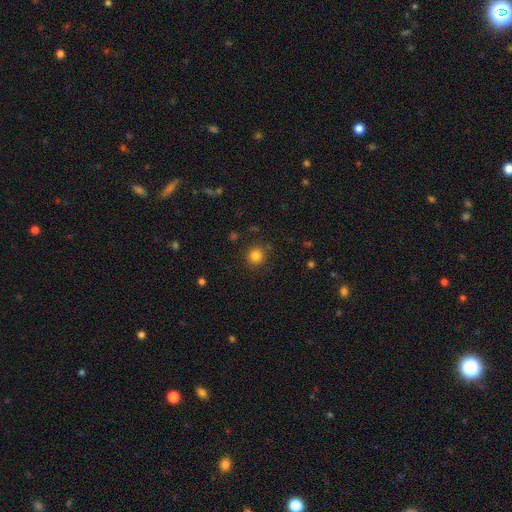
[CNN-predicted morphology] A smooth galaxy with no disk features (83%) that is round (92%).

Vote fractions:
- Smooth or featured? smooth: 83% / star or artifact: 12% / featured or disk: 5%
- How rounded? round: 92% / in between: 7% / cigar-shaped: 1%
- Merging? none: 87% / minor disturbance: 9% / major disturbance: 3% / merger: 2%